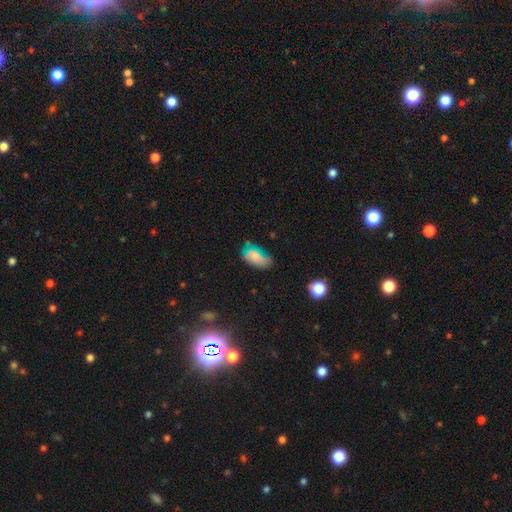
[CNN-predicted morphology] smooth-or-featured: smooth: 63% | featured or disk: 20% | star or artifact: 17%
  how-rounded: in between: 90% | round: 7% | cigar-shaped: 3%
  merging: none: 52% | minor disturbance: 29% | major disturbance: 14% | merger: 4%